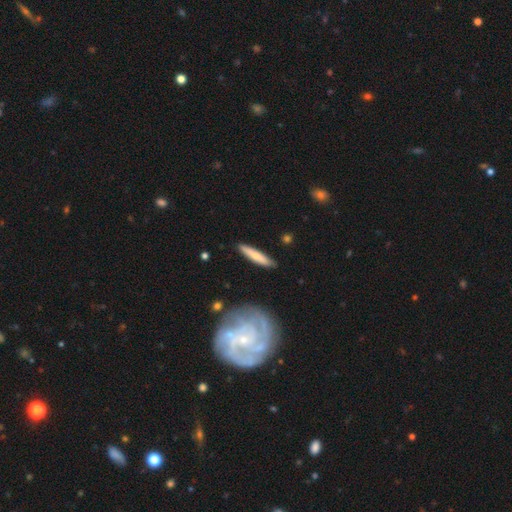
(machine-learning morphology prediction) Smooth or featured? smooth (69%)
How rounded? cigar-shaped (88%)
Merging? none (87%)